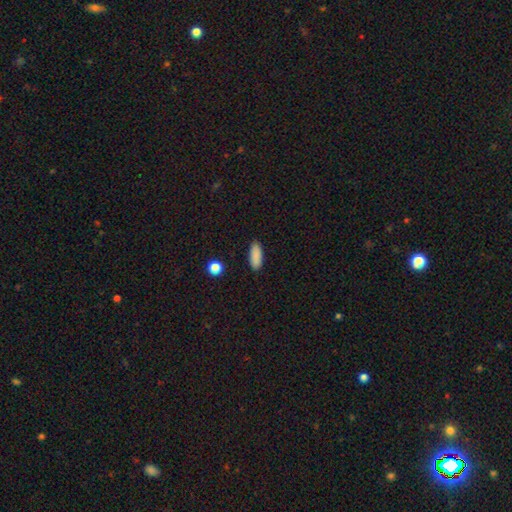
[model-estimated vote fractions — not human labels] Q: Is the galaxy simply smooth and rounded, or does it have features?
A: smooth — 88%.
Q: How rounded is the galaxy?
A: in between — 75%.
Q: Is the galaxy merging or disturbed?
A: none — 88%.